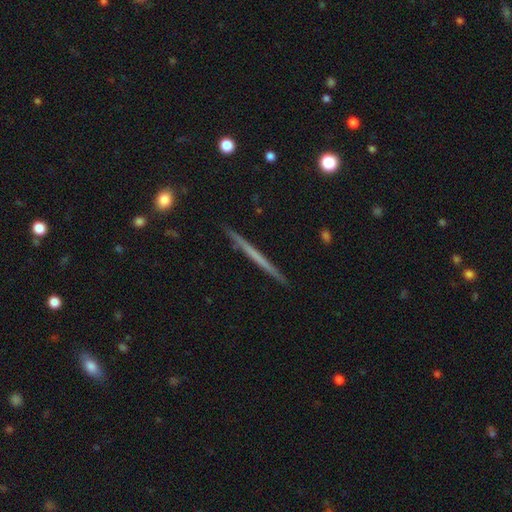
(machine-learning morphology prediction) featured or disk 55%, smooth 39%, star or artifact 6%. Down the decision tree: edge-on disk — yes (98%); edge-on bulge — none (92%); merging — none (92%).